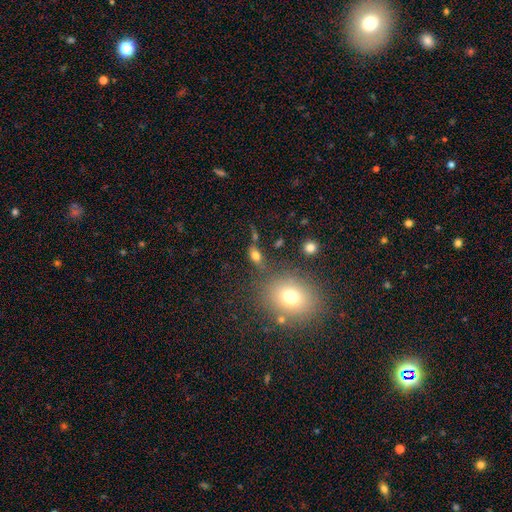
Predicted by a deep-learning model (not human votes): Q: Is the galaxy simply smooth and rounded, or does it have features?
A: smooth — 71%.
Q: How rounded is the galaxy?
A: in between — 75%.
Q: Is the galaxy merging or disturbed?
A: none — 63%.